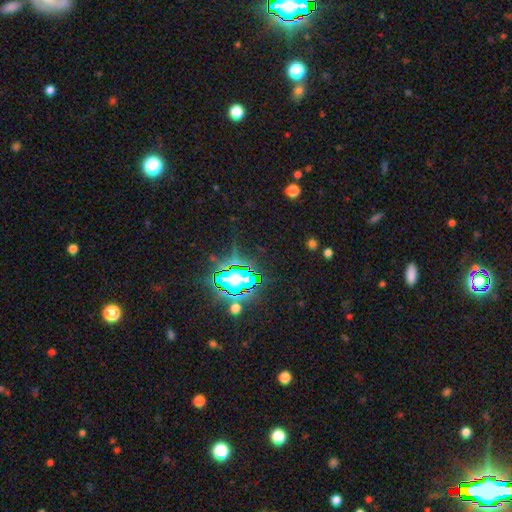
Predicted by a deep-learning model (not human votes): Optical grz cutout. It shows a star or artifact, not a galaxy (79%).